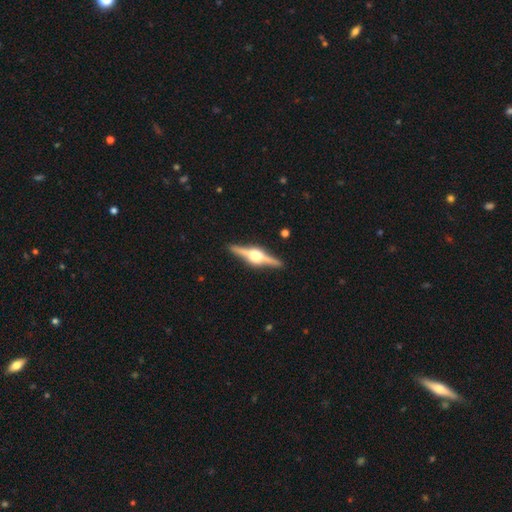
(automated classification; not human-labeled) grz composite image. It shows a featured or disk galaxy (87%) viewed edge-on (98%) with a rounded central bulge (94%). Merging: none (91%).